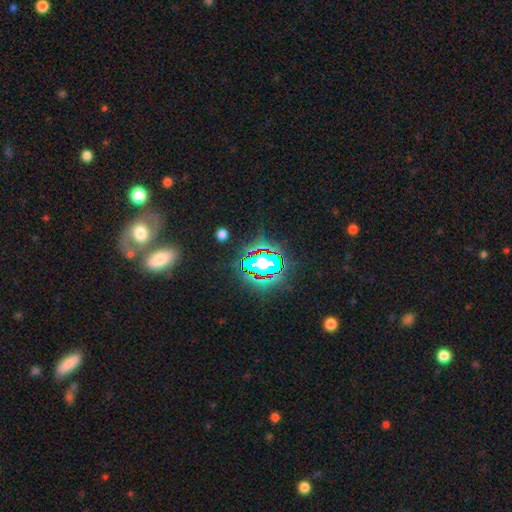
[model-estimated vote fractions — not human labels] Q: Smooth or featured?
A: star or artifact (71%); runner-up: smooth (17%)